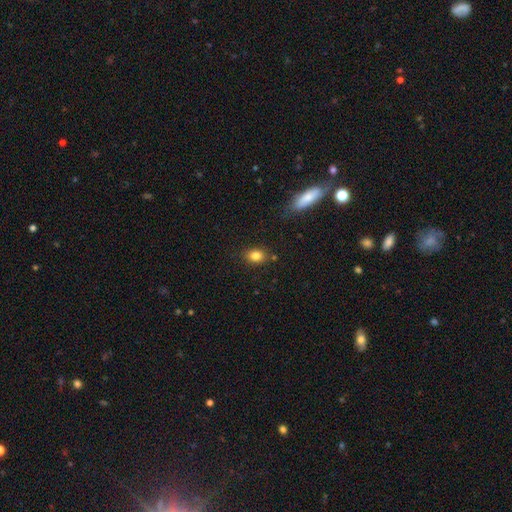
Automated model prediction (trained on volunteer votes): Overall: smooth (82%). How rounded: in between (65%; round 34%). Merging: none (83%).